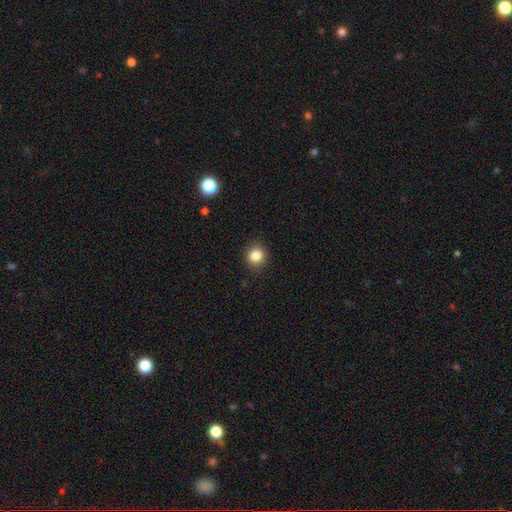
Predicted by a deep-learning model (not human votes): smooth_or_featured: smooth (p=0.84) [alt: star or artifact p=0.11]
how_rounded: round (p=0.83) [alt: in between p=0.16]
merging: none (p=0.89) [alt: minor disturbance p=0.08]